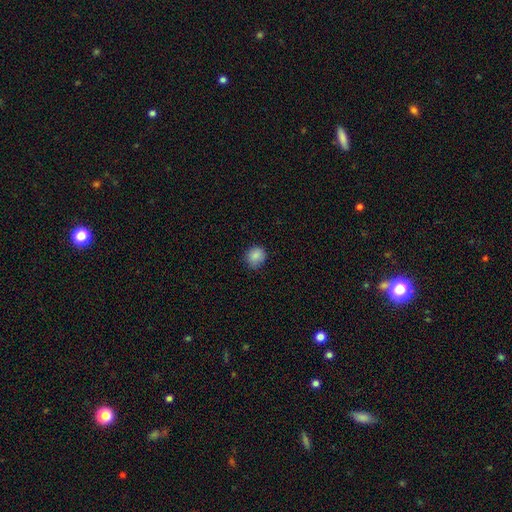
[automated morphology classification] smooth_or_featured: smooth (p=0.86) [alt: star or artifact p=0.09]
how_rounded: round (p=0.79) [alt: in between p=0.20]
merging: none (p=0.79) [alt: minor disturbance p=0.17]